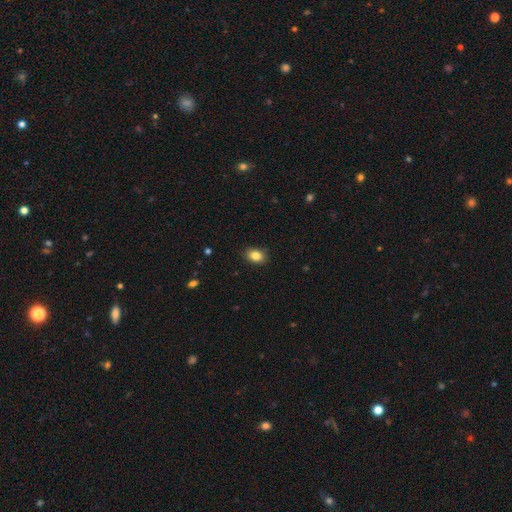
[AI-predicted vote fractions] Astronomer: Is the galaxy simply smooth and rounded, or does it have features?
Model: smooth — 85%.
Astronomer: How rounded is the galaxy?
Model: in between — 77%.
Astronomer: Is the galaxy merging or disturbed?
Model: none — 87%.